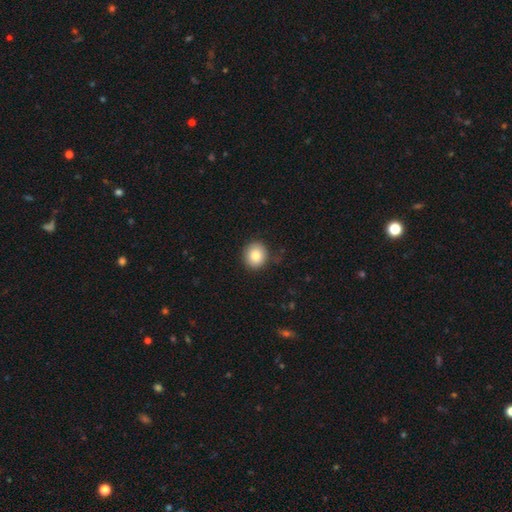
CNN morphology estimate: This is clearly a smooth galaxy (83%). How rounded: clearly round (85%). Merging: clearly none (86%).